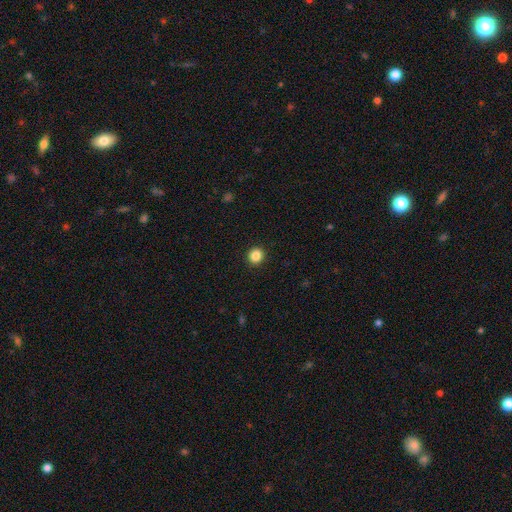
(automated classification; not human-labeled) Smooth or featured?
  - smooth: 86% *
  - star or artifact: 11%
  - featured or disk: 4%
How rounded?
  - round: 92% *
  - in between: 7%
  - cigar-shaped: 1%
Merging?
  - none: 93% *
  - minor disturbance: 5%
  - major disturbance: 2%
  - merger: 1%